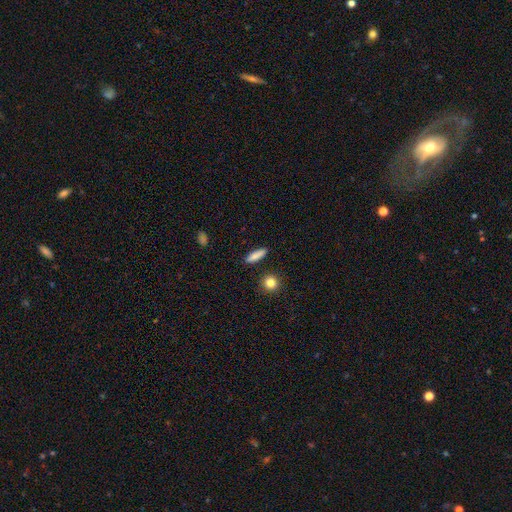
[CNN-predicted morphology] Q: Smooth or featured?
A: smooth (83%); runner-up: featured or disk (10%)
Q: How rounded?
A: cigar-shaped (69%); runner-up: in between (26%)
Q: Merging?
A: none (89%); runner-up: minor disturbance (8%)